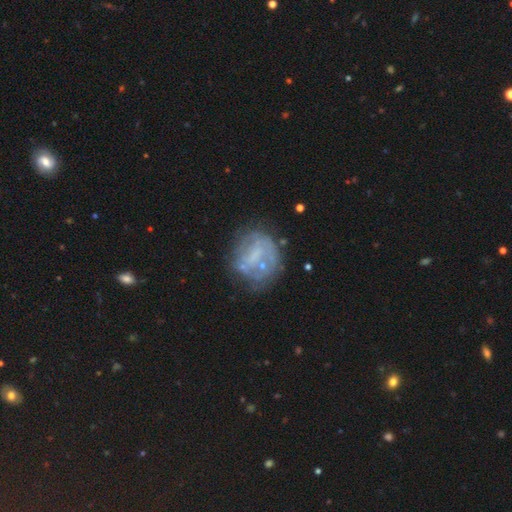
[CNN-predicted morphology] A featured or disk galaxy (58%) with no bar (60%), no spiral arms (70%) and no central bulge (49%).

Vote fractions:
- Smooth or featured? featured or disk: 58% / smooth: 30% / star or artifact: 12%
- Edge-on disk? no: 97% / yes: 3%
- Bar? no: 60% / weak: 29% / strong: 11%
- Spiral arms? no: 70% / yes: 30%
- Bulge size? none: 49% / small: 34% / moderate: 14% / large: 2% / dominant: 1%
- Merging? none: 57% / minor disturbance: 20% / major disturbance: 16% / merger: 6%